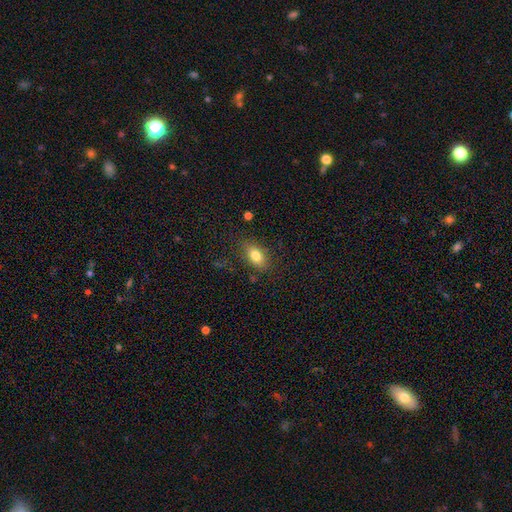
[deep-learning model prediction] A smooth galaxy with no disk features (79%) that is in between round and cigar-shaped (84%).

Vote fractions:
- Smooth or featured? smooth: 79% / featured or disk: 12% / star or artifact: 9%
- How rounded? in between: 84% / round: 11% / cigar-shaped: 5%
- Merging? none: 81% / minor disturbance: 13% / major disturbance: 4% / merger: 2%